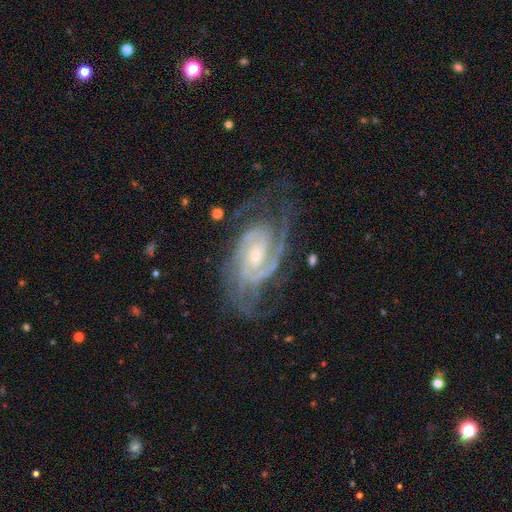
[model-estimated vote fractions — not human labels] Morphology: type=featured or disk (91%); edge-on=no (96%); bar=no (52%); spiral arms=yes (98%); winding=tight (62%); arm count=2 (39%); bulge=small (60%); merging=none (62%).